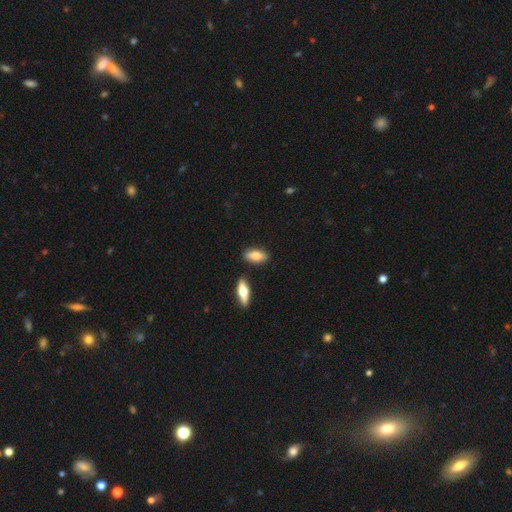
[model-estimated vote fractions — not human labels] This is likely a smooth galaxy (77%). How rounded: likely in between (80%). Merging: clearly none (81%).